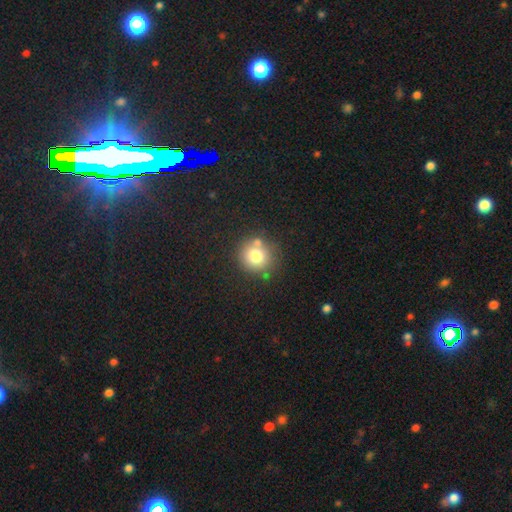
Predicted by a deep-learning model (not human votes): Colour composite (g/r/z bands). It shows a smooth galaxy with no disk features (75%) that is round (89%). Merging: none (69%).